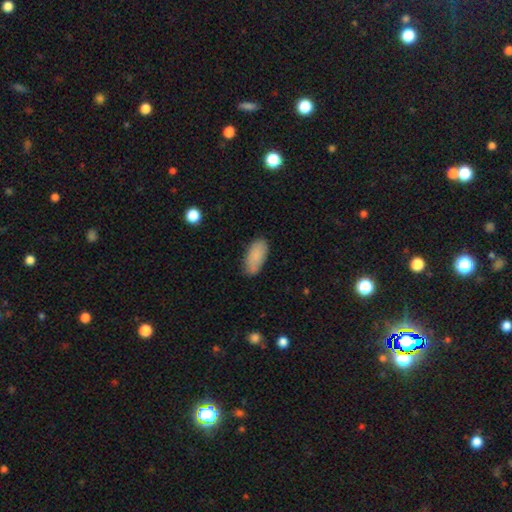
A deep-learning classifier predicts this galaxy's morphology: Overall: smooth (86%). How rounded: in between (89%). Merging: none (78%).